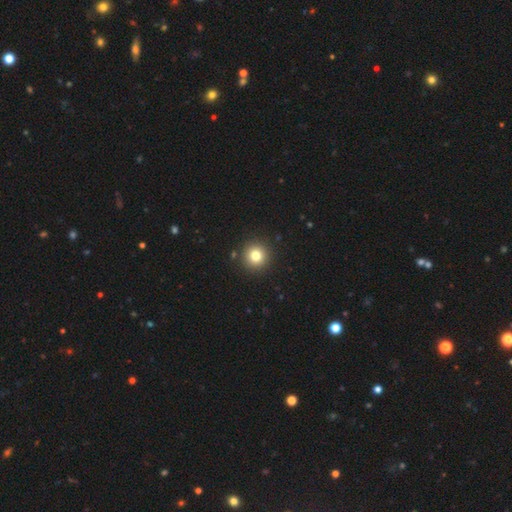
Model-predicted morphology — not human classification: Overall: smooth (79%). How rounded: round (95%). Merging: none (91%).